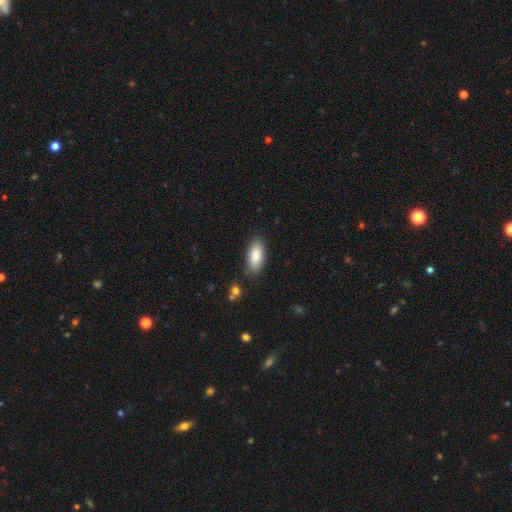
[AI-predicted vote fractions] smooth_or_featured: smooth (p=0.88) [alt: featured or disk p=0.06]
how_rounded: in between (p=0.85) [alt: cigar-shaped p=0.13]
merging: none (p=0.85) [alt: minor disturbance p=0.11]